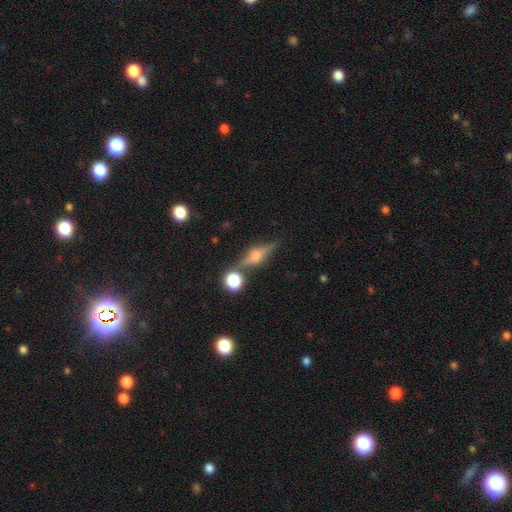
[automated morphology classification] Smooth or featured? Predicted: featured or disk (p=0.73). Edge-on disk? Predicted: yes (p=0.96). Edge-on bulge? Predicted: rounded (p=0.90). Merging? Predicted: none (p=0.81).